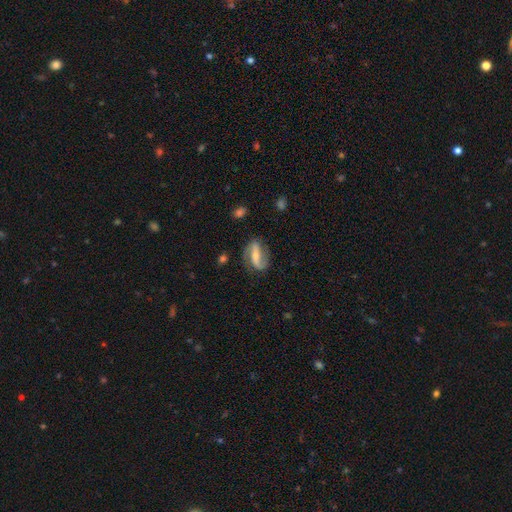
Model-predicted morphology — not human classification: The model was most divided on "spiral winding": loose: 42%, medium: 39%, tight: 19%. Remaining: edge-on disk — no (94%); spiral arms — yes (93%); spiral arm count — 2 (88%); smooth or featured — featured or disk (81%); merging — none (77%); bar — strong (58%); bulge size — small (48%).